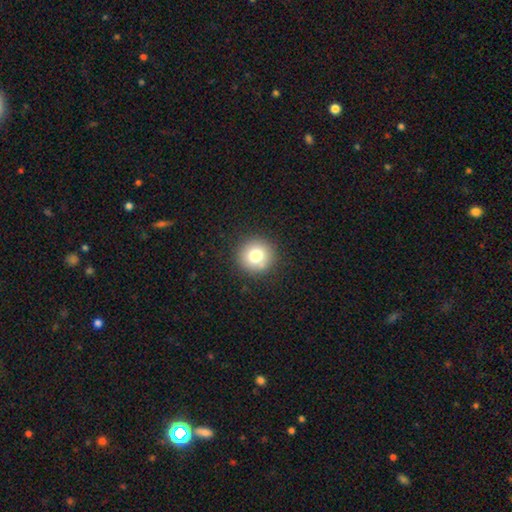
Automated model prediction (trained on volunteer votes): smooth 77%, star or artifact 11%, featured or disk 11%. Down the decision tree: how rounded — round (94%); merging — none (89%).